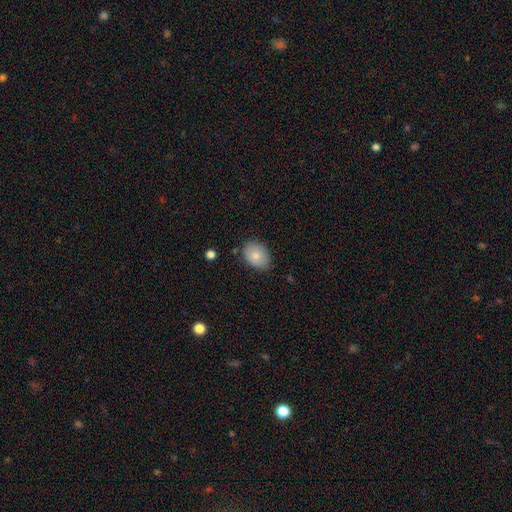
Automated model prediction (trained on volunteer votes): The model was most divided on "how rounded": in between: 76%, round: 23%, cigar-shaped: 1%. More confident: merging — none (82%); smooth or featured — smooth (77%).